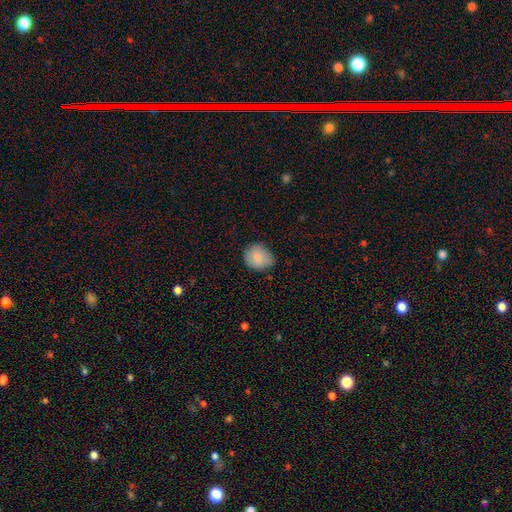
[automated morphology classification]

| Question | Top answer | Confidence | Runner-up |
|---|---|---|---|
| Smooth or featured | smooth | 84% | featured or disk (9%) |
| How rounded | round | 64% | in between (35%) |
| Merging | none | 72% | minor disturbance (23%) |